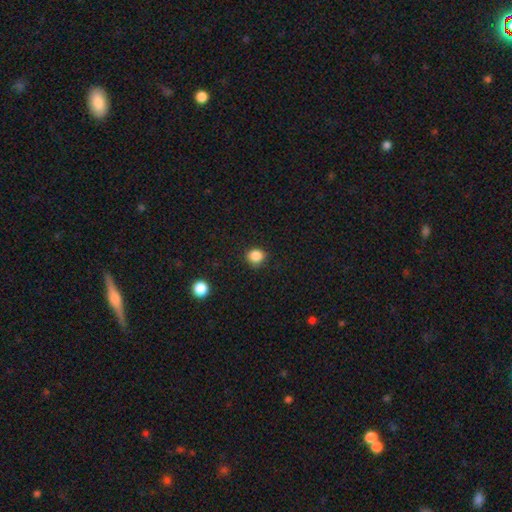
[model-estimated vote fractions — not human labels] Smooth or featured? smooth (85%)
How rounded? round (85%)
Merging? none (83%)